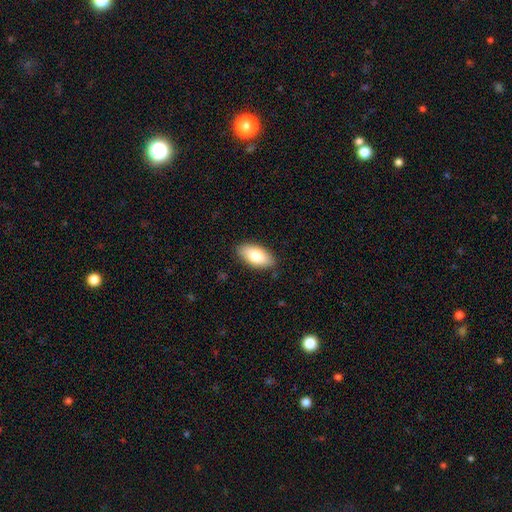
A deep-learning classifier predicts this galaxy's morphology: smooth 80%, featured or disk 14%, star or artifact 6%. Down the decision tree: how rounded — in between (92%); merging — none (87%).